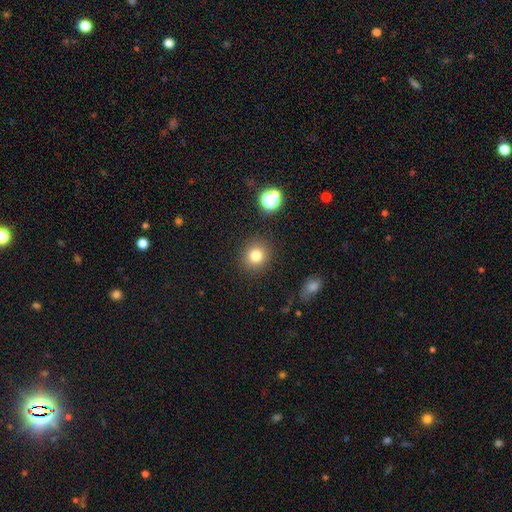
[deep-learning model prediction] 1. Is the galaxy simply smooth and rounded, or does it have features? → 79% smooth, 14% star or artifact, 7% featured or disk.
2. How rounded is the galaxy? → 86% round, 13% in between, 1% cigar-shaped.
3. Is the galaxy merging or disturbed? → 88% none, 7% minor disturbance, 3% major disturbance, 2% merger.